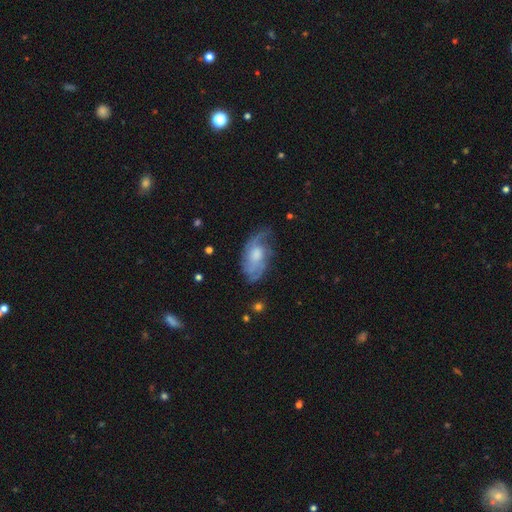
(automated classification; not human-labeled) Smooth or featured?
  - featured or disk: 75% *
  - smooth: 18%
  - star or artifact: 6%
Edge-on disk?
  - no: 95% *
  - yes: 5%
Bar?
  - no: 70% *
  - weak: 27%
  - strong: 4%
Spiral arms?
  - yes: 91% *
  - no: 9%
Spiral winding?
  - medium: 43% *
  - tight: 33%
  - loose: 24%
Spiral arm count?
  - can't tell: 33% *
  - 2: 28%
  - 3: 18%
  - 1: 8%
  - 4: 7%
  - more than 4: 5%
Bulge size?
  - moderate: 52% *
  - large: 19%
  - small: 18%
  - none: 9%
  - dominant: 2%
Merging?
  - none: 61% *
  - minor disturbance: 23%
  - major disturbance: 14%
  - merger: 2%